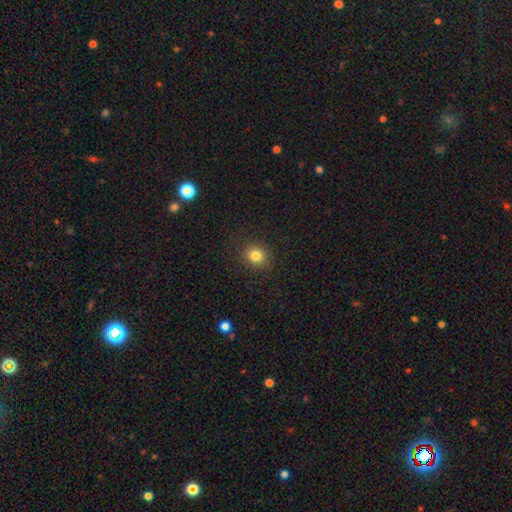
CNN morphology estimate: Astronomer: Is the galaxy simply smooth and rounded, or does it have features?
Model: smooth — 82%.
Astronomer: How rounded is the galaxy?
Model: round — 76%.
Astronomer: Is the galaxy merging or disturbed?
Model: none — 88%.